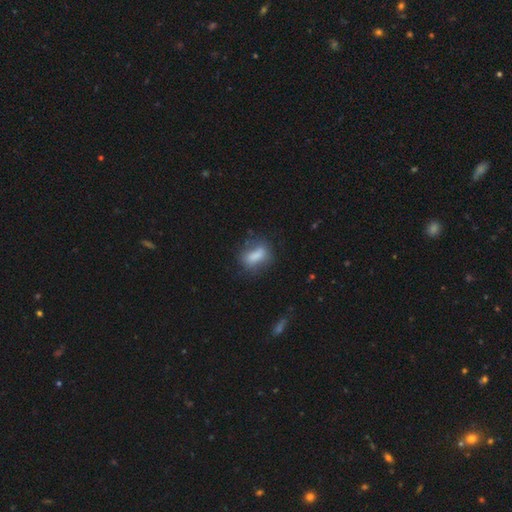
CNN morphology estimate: smooth_or_featured: smooth (p=0.73) [alt: featured or disk p=0.17]
how_rounded: in between (p=0.71) [alt: cigar-shaped p=0.16]
merging: none (p=0.59) [alt: minor disturbance p=0.24]